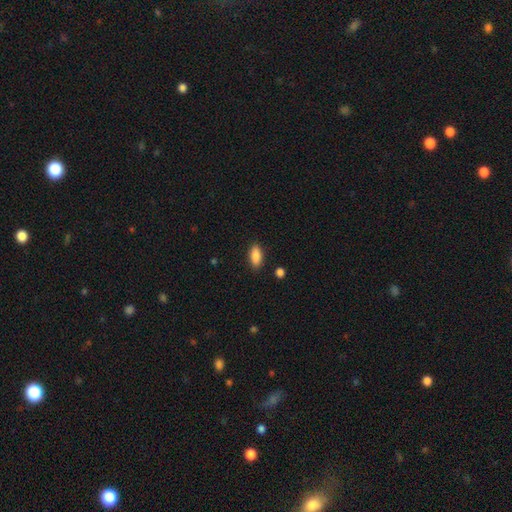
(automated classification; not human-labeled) Smooth or featured? Predicted: smooth (p=0.87). How rounded? Predicted: in between (p=0.85). Merging? Predicted: none (p=0.88).